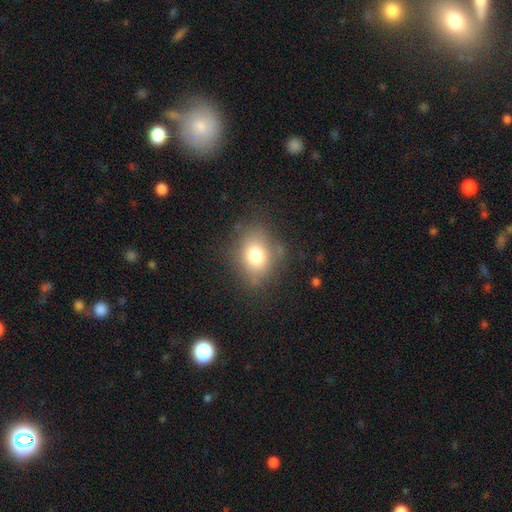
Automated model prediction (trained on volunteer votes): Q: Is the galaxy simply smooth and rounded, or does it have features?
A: smooth — 75%.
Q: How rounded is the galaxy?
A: in between — 61%.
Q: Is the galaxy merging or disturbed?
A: none — 73%.